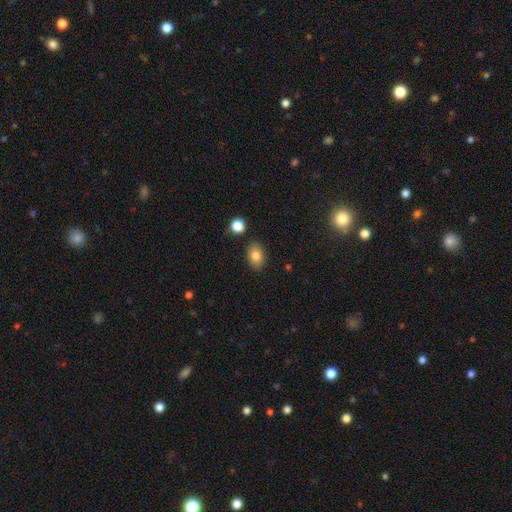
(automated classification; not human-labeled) This is clearly a smooth galaxy (82%). How rounded: likely in between (77%). Merging: clearly none (85%).